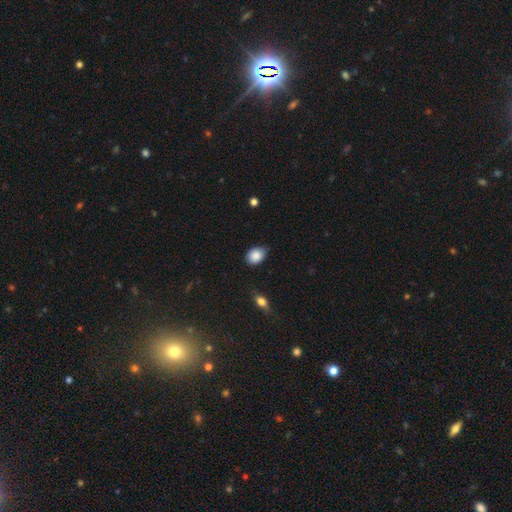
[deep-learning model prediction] Q: Smooth or featured?
A: smooth (87%); runner-up: star or artifact (8%)
Q: How rounded?
A: in between (67%); runner-up: round (32%)
Q: Merging?
A: none (69%); runner-up: minor disturbance (26%)